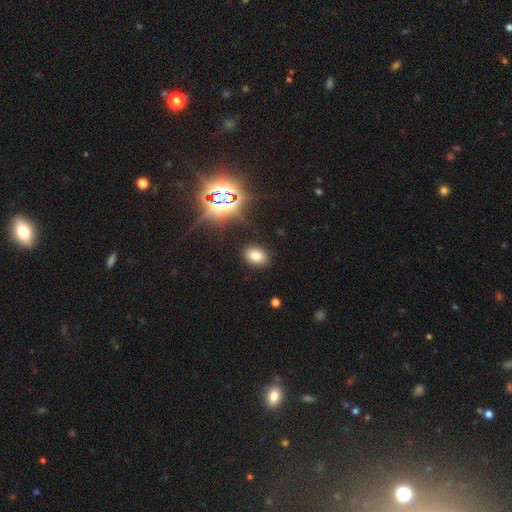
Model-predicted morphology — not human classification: A smooth galaxy with no disk features (73%) that is in between round and cigar-shaped (72%). Merging: none (88%).